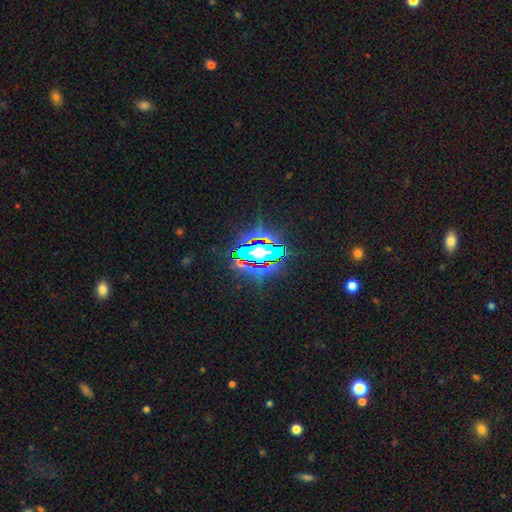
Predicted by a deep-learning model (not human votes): This is likely a star or artifact rather than a galaxy (64%).